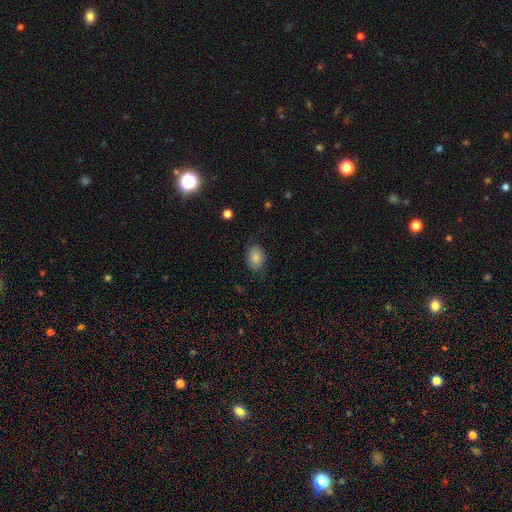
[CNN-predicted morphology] Overall: smooth (76%). How rounded: in between (75%). Merging: none (72%).